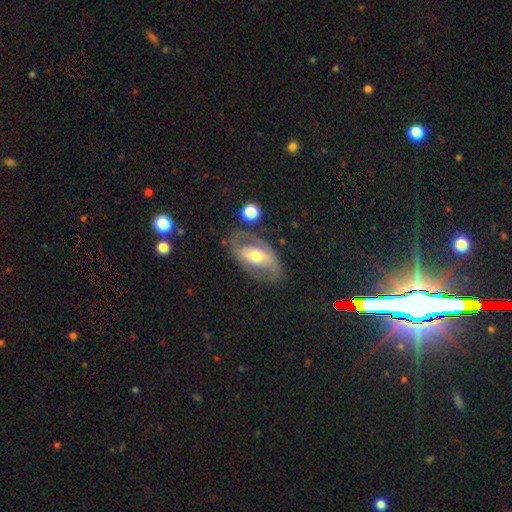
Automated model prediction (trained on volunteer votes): Smooth or featured? featured or disk (67%)
Edge-on disk? no (92%)
Bar? no (39%)
Spiral arms? yes (61%)
Bulge size? moderate (70%)
Merging? none (66%)